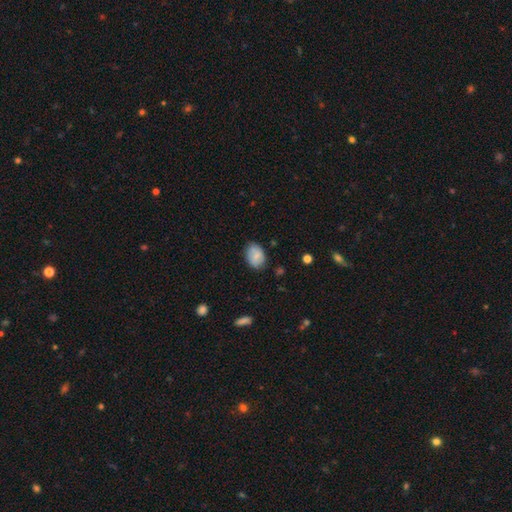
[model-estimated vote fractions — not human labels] smooth 76%, featured or disk 17%, star or artifact 8%. Down the decision tree: how rounded — in between (79%); merging — none (77%).